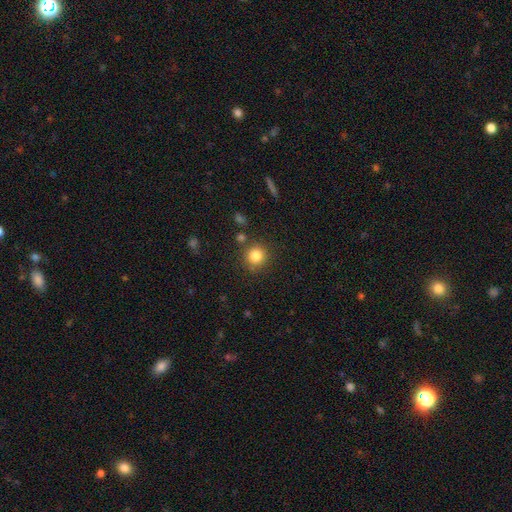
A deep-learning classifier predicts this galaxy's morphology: This is clearly a smooth galaxy (82%). How rounded: clearly round (92%). Merging: clearly none (84%).